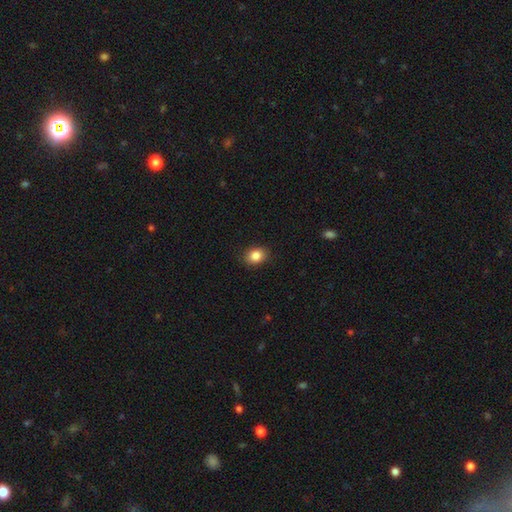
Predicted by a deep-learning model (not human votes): Overall: smooth (86%). How rounded: in between (57%; round 42%). Merging: none (89%).